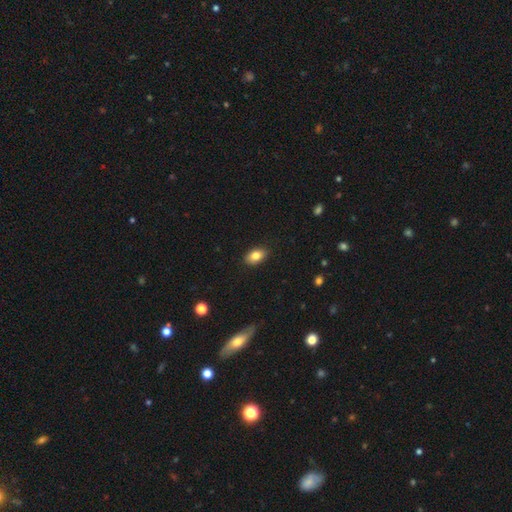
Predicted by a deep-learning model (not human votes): smooth_or_featured: smooth (p=0.82) [alt: featured or disk p=0.10]
how_rounded: in between (p=0.89) [alt: round p=0.09]
merging: none (p=0.88) [alt: minor disturbance p=0.09]